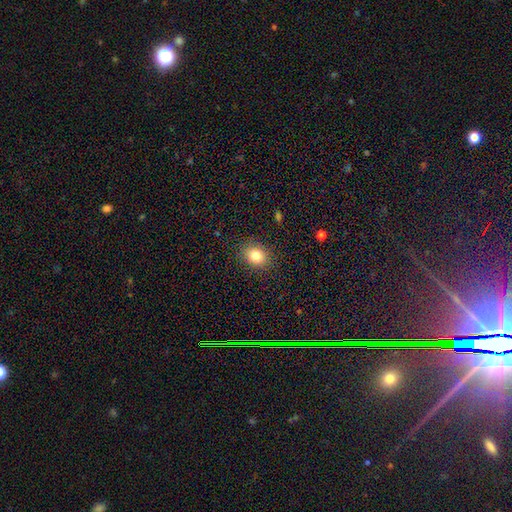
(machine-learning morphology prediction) type=smooth (82%); roundness=round (57%); merging=none (88%).